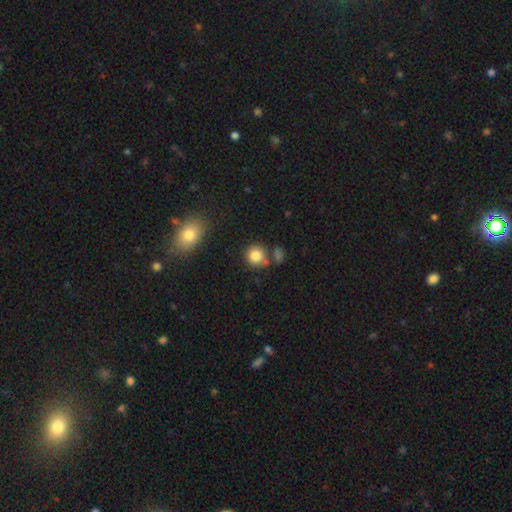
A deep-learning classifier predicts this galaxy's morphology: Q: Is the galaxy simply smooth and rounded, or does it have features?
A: smooth — 82%.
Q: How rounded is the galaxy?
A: round — 87%.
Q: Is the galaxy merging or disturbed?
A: none — 69%.